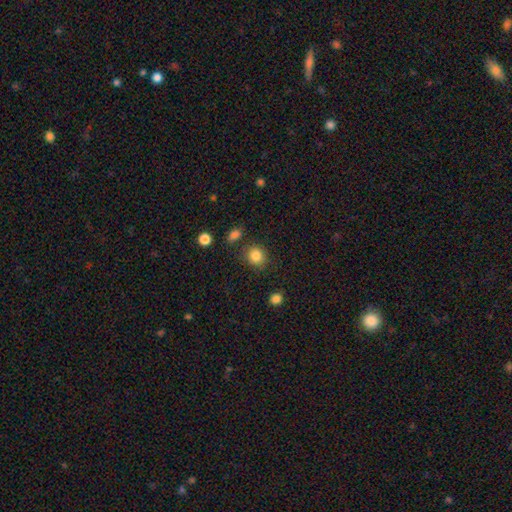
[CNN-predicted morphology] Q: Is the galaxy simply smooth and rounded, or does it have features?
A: smooth — 85%.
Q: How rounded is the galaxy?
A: round — 81%.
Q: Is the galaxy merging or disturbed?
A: none — 81%.